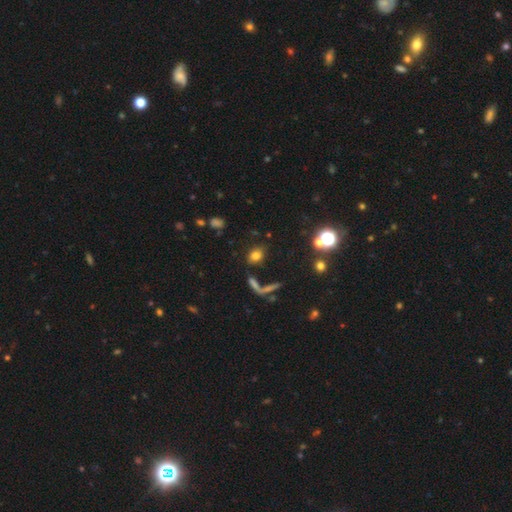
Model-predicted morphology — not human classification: smooth-or-featured: smooth: 74% | star or artifact: 16% | featured or disk: 10%
  how-rounded: in between: 60% | round: 36% | cigar-shaped: 4%
  merging: none: 71% | minor disturbance: 11% | merger: 11% | major disturbance: 7%